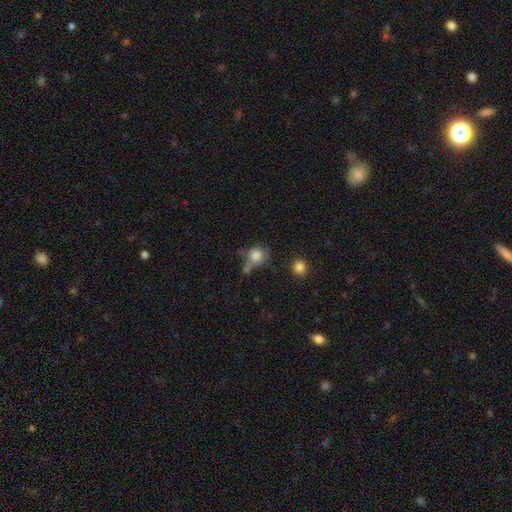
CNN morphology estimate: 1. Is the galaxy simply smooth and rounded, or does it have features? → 78% smooth, 12% featured or disk, 11% star or artifact.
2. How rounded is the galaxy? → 81% round, 18% in between, 1% cigar-shaped.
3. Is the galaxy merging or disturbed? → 45% none, 21% minor disturbance, 20% merger, 14% major disturbance.